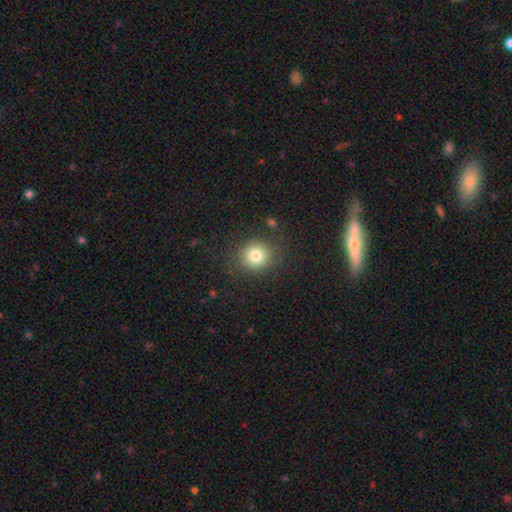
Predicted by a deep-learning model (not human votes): Smooth or featured? Predicted: smooth (p=0.80). How rounded? Predicted: round (p=0.86). Merging? Predicted: none (p=0.85).